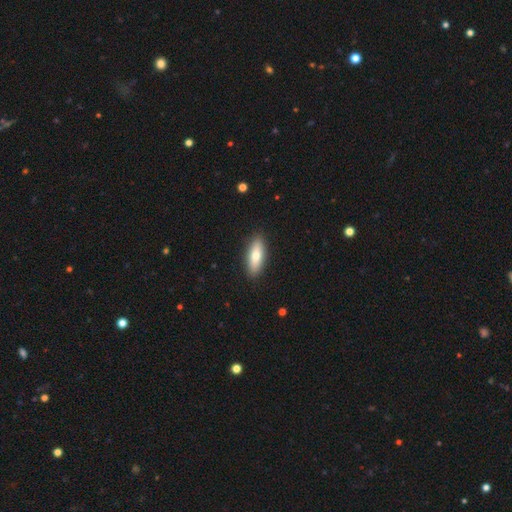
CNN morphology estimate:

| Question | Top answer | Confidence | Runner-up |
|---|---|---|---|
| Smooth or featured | smooth | 73% | featured or disk (22%) |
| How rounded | in between | 61% | cigar-shaped (37%) |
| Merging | none | 90% | minor disturbance (7%) |